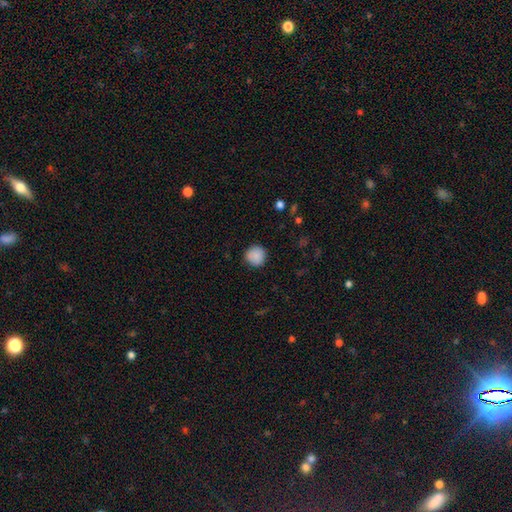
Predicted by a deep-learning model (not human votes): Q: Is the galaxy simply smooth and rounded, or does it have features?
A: smooth — 88%.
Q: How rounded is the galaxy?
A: round — 94%.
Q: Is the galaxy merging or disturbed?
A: none — 89%.